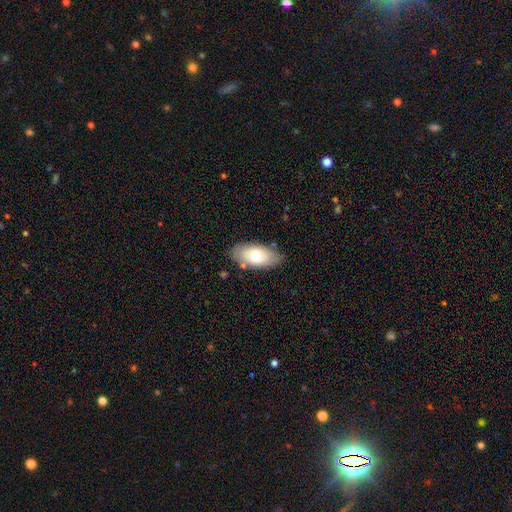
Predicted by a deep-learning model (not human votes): Smooth or featured: smooth — 67% (featured or disk — 27%)
How rounded: in between — 92% (cigar-shaped — 5%)
Merging: none — 79% (minor disturbance — 15%)